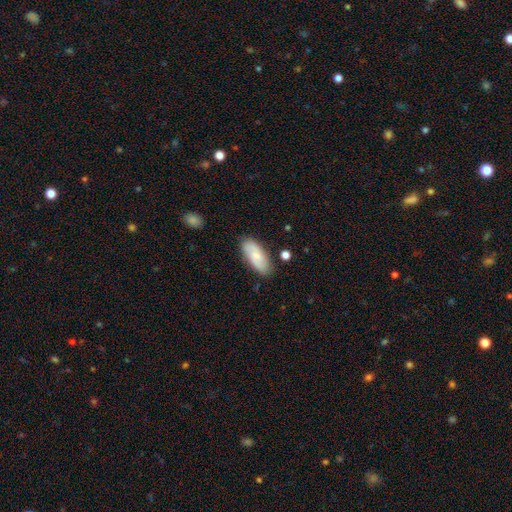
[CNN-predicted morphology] smooth_or_featured: smooth (p=0.63) [alt: featured or disk p=0.31]
how_rounded: in between (p=0.84) [alt: cigar-shaped p=0.13]
merging: none (p=0.81) [alt: minor disturbance p=0.14]